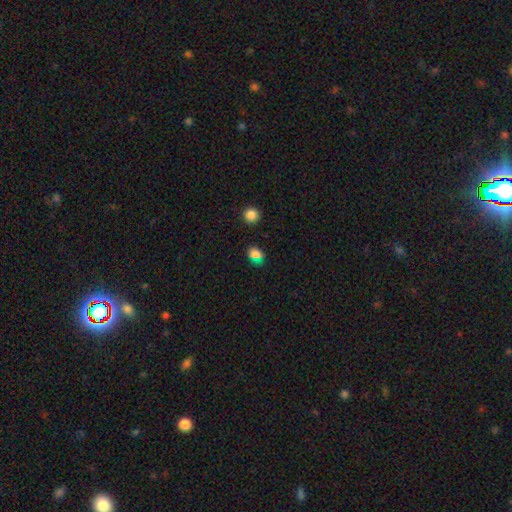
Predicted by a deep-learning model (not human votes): smooth_or_featured: smooth (p=0.74) [alt: star or artifact p=0.20]
how_rounded: in between (p=0.65) [alt: round p=0.33]
merging: none (p=0.83) [alt: minor disturbance p=0.11]